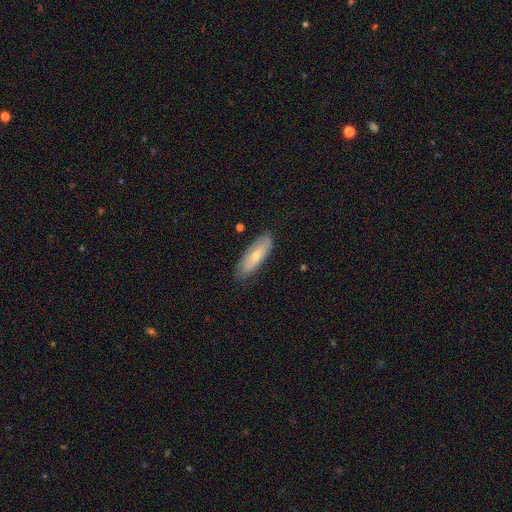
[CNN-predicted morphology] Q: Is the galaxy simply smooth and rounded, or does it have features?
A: smooth — 55%.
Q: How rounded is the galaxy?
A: in between — 58%.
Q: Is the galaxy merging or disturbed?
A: none — 81%.